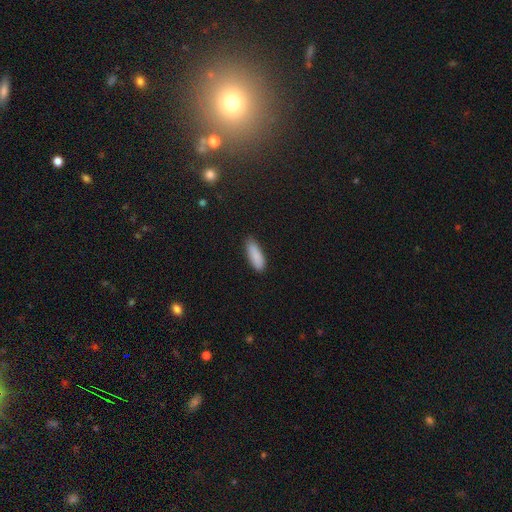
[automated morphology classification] Overall: smooth (89%). How rounded: in between (58%; cigar-shaped 40%). Merging: none (84%).